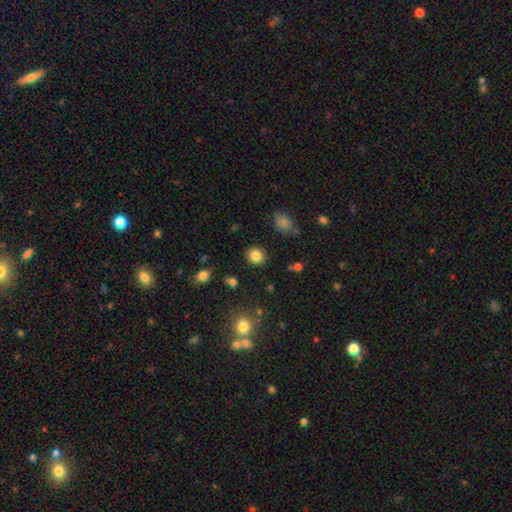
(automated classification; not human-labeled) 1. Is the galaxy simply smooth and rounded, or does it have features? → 83% smooth, 11% star or artifact, 6% featured or disk.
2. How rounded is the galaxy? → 83% round, 16% in between, 1% cigar-shaped.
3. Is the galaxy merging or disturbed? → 89% none, 7% minor disturbance, 2% major disturbance, 2% merger.